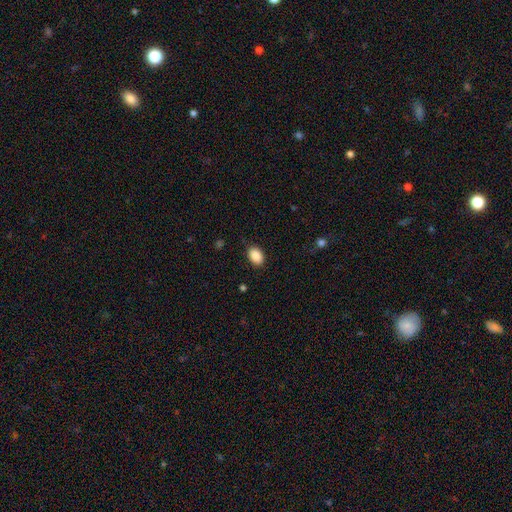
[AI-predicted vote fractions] Smooth or featured?
  - smooth: 90% *
  - star or artifact: 7%
  - featured or disk: 3%
How rounded?
  - in between: 85% *
  - round: 14%
  - cigar-shaped: 1%
Merging?
  - none: 87% *
  - minor disturbance: 10%
  - major disturbance: 2%
  - merger: 1%